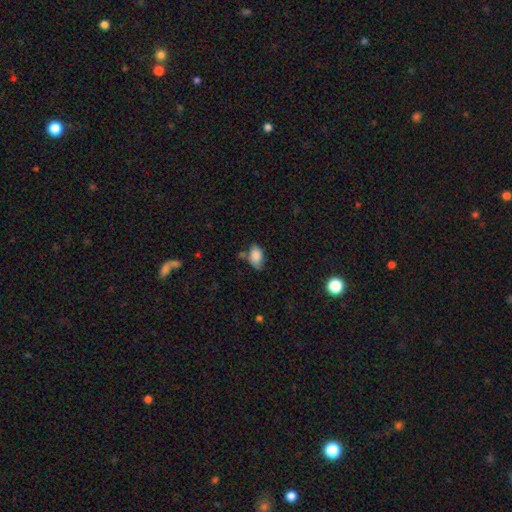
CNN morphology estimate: smooth_or_featured: smooth (p=0.85) [alt: star or artifact p=0.08]
how_rounded: in between (p=0.91) [alt: round p=0.07]
merging: none (p=0.53) [alt: minor disturbance p=0.29]